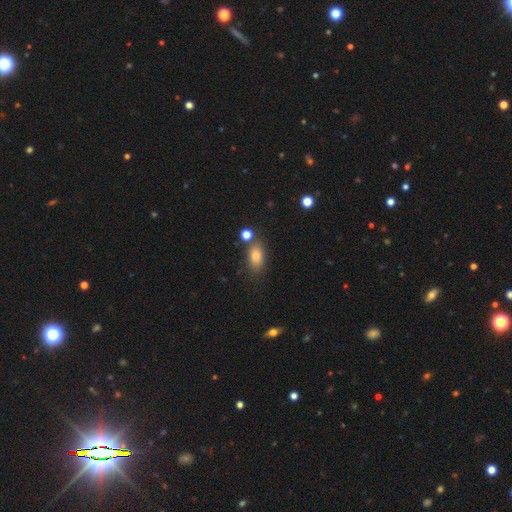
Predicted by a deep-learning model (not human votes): Smooth or featured? smooth (80%)
How rounded? in between (83%)
Merging? none (71%)